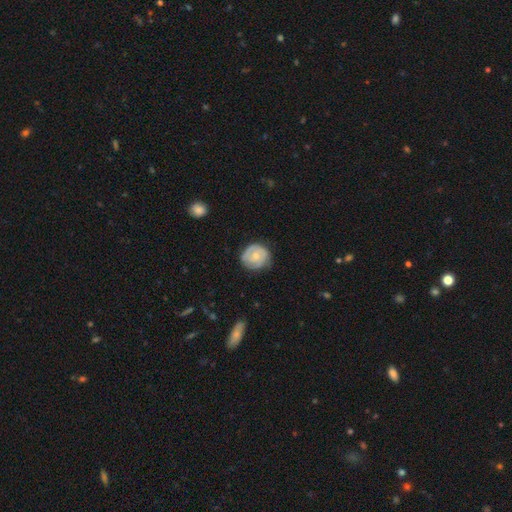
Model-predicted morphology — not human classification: smooth-or-featured: featured or disk: 53% | smooth: 41% | star or artifact: 6%
  disk-edge-on: no: 98% | yes: 2%
    bar: no: 76% | weak: 21% | strong: 3%
    has-spiral-arms: yes: 72% | no: 28%
    bulge-size: small: 51% | moderate: 42% | none: 4% | large: 2% | dominant: 1%
  merging: none: 70% | minor disturbance: 23% | major disturbance: 6% | merger: 1%